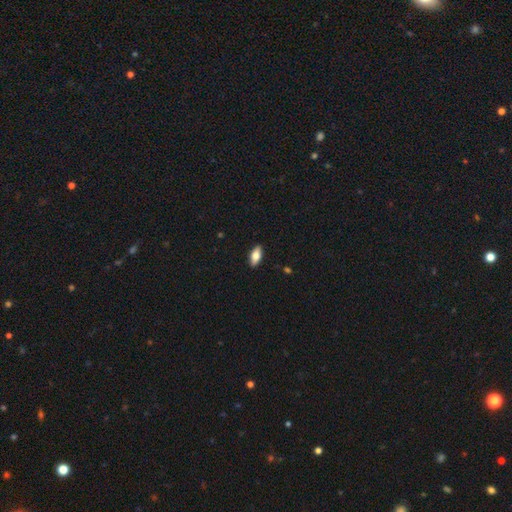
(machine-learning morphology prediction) Smooth or featured? Predicted: smooth (p=0.70). How rounded? Predicted: in between (p=0.83). Merging? Predicted: none (p=0.90).